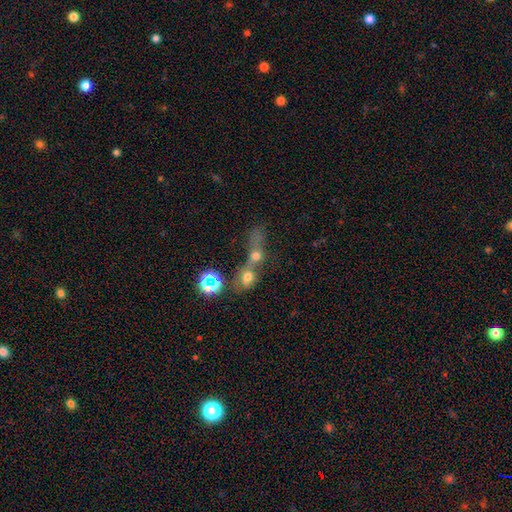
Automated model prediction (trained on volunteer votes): smooth-or-featured: smooth: 58% | star or artifact: 25% | featured or disk: 17%
  how-rounded: round: 63% | in between: 31% | cigar-shaped: 6%
  merging: merger: 65% | none: 22% | major disturbance: 7% | minor disturbance: 6%